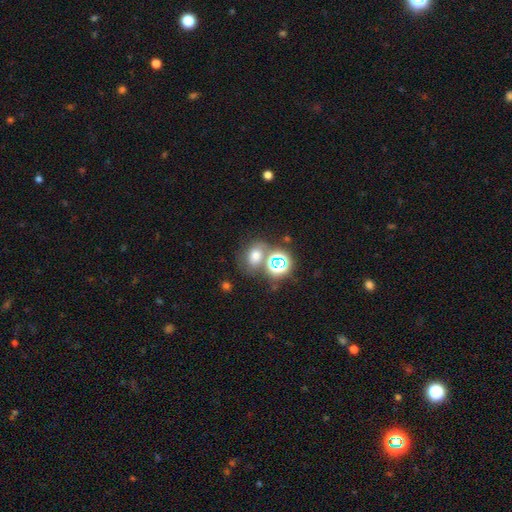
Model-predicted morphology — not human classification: This is likely a smooth galaxy (63%). How rounded: possibly in between (53%). Merging: possibly none (56%).